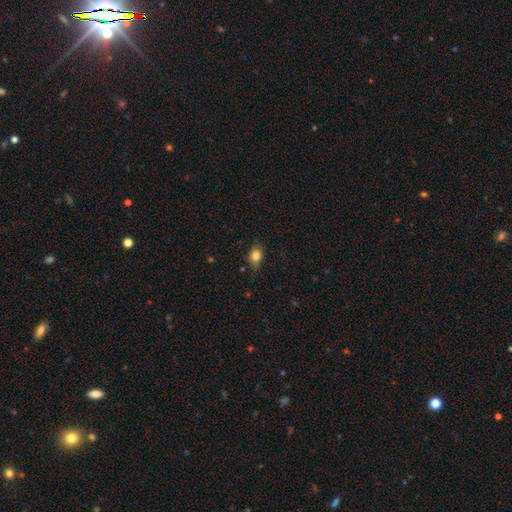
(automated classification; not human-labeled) This appears to be a smooth galaxy with no disk features (82%) that is in between round and cigar-shaped (63%). Merging: none (63%).